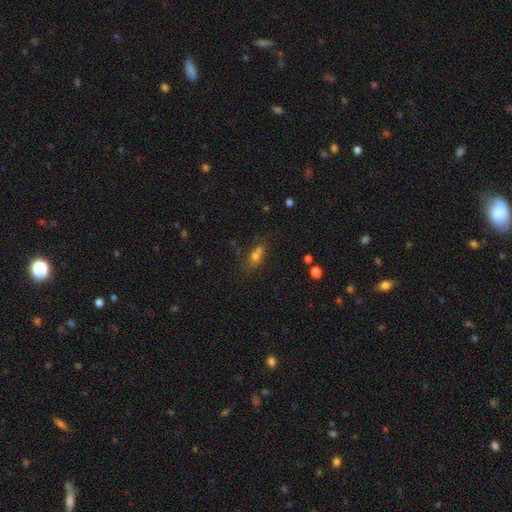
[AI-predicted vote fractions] This appears to be a smooth galaxy with no disk features (59%) that is in between round and cigar-shaped (55%). Merging: none (44%).